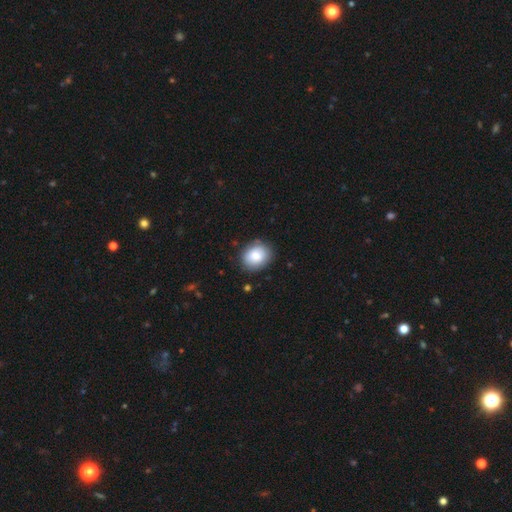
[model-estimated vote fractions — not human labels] Smooth or featured: smooth — 84% (featured or disk — 9%)
How rounded: round — 56% (in between — 44%)
Merging: none — 83% (minor disturbance — 13%)